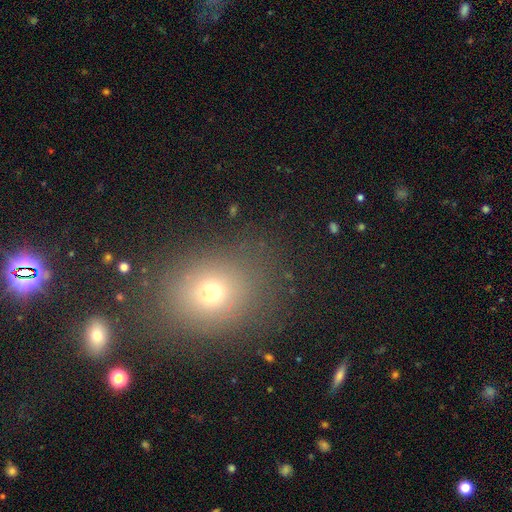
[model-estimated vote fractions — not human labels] Smooth or featured?
  - smooth: 61% *
  - star or artifact: 27%
  - featured or disk: 11%
How rounded?
  - round: 57% *
  - in between: 42%
  - cigar-shaped: 1%
Merging?
  - none: 83% *
  - minor disturbance: 9%
  - major disturbance: 4%
  - merger: 3%